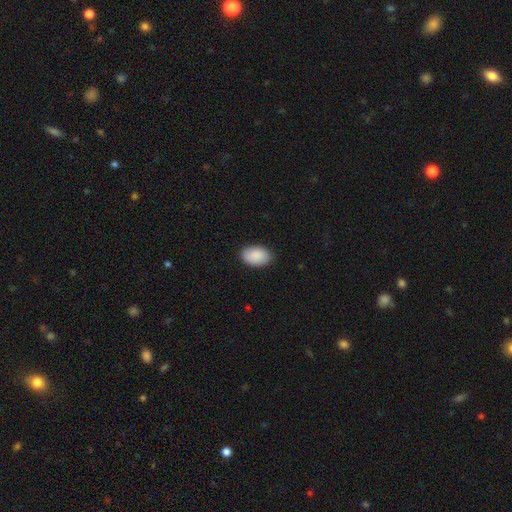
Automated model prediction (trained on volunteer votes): A smooth galaxy with no disk features (90%) that is in between round and cigar-shaped (92%). Merging: none (85%).